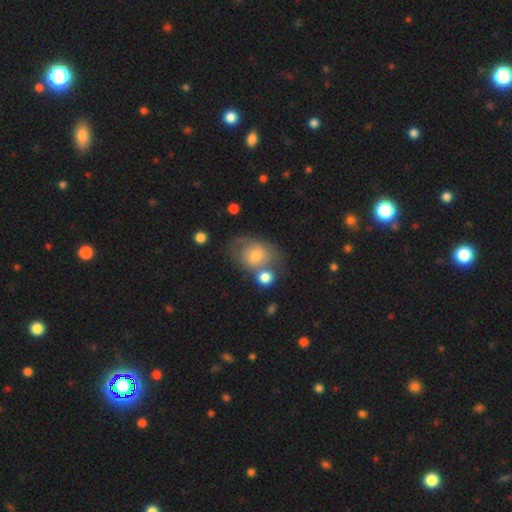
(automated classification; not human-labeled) The model was most divided on "how rounded": in between: 56%, round: 43%, cigar-shaped: 1%. Remaining: smooth or featured — smooth (57%); merging — none (40%).